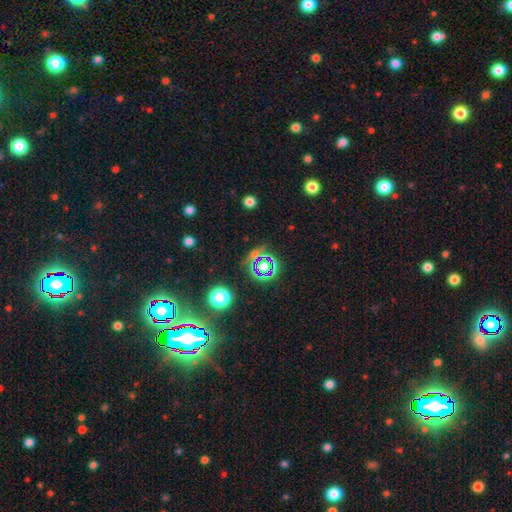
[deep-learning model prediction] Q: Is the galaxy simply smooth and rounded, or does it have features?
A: star or artifact — 75%.